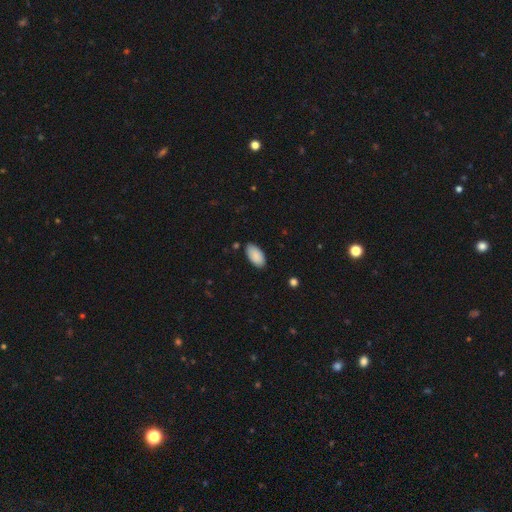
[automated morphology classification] Q: Smooth or featured?
A: smooth (90%); runner-up: star or artifact (6%)
Q: How rounded?
A: in between (95%); runner-up: cigar-shaped (3%)
Q: Merging?
A: none (85%); runner-up: minor disturbance (11%)